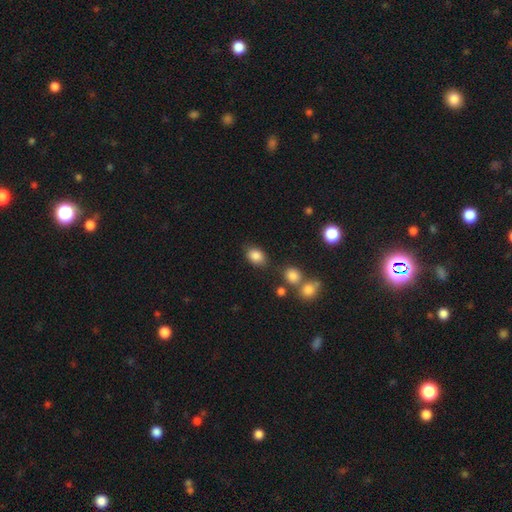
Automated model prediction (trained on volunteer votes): A smooth galaxy with no disk features (85%) that is in between round and cigar-shaped (72%). Merging: none (77%).